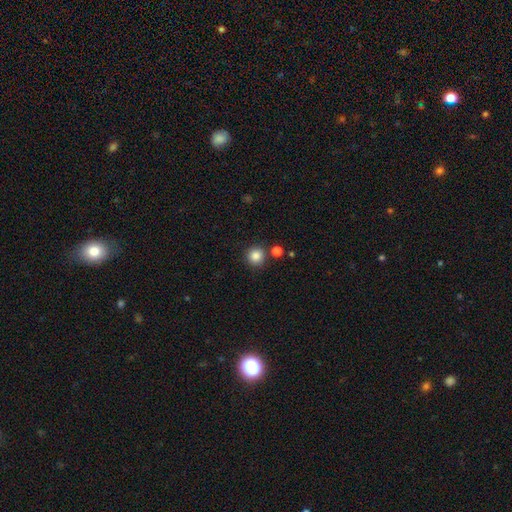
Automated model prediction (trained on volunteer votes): Smooth or featured? Predicted: smooth (p=0.85). How rounded? Predicted: round (p=0.94). Merging? Predicted: none (p=0.83).